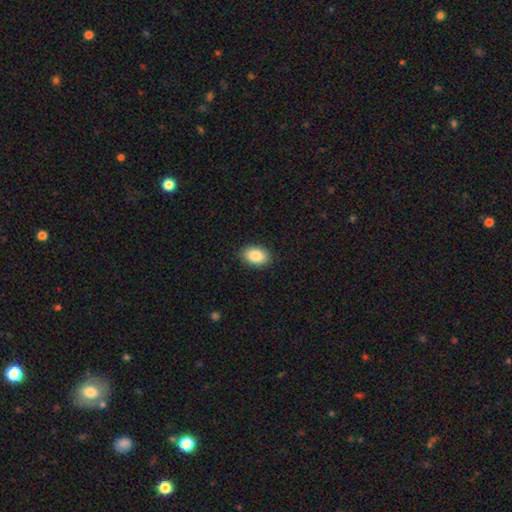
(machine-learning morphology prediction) A smooth galaxy with no disk features (87%) that is in between round and cigar-shaped (86%).

Vote fractions:
- Smooth or featured? smooth: 87% / star or artifact: 7% / featured or disk: 5%
- How rounded? in between: 86% / round: 13% / cigar-shaped: 1%
- Merging? none: 89% / minor disturbance: 8% / major disturbance: 2% / merger: 1%